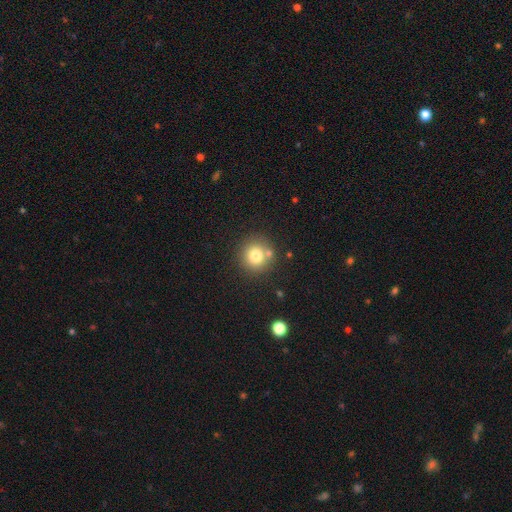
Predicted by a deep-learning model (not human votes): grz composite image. It shows a smooth galaxy with no disk features (76%) that is round (92%). Merging: none (77%).